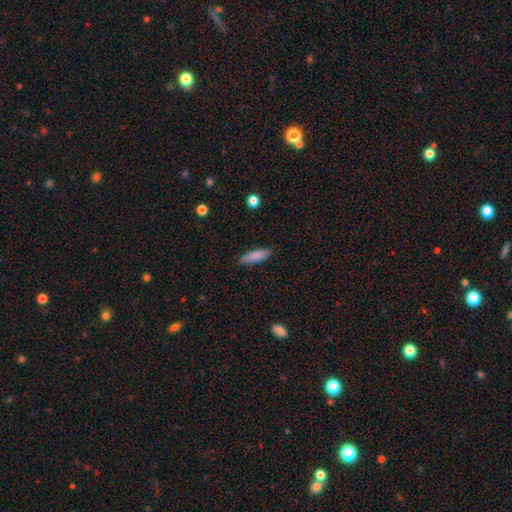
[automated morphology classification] Smooth or featured? Predicted: smooth (p=0.83). How rounded? Predicted: cigar-shaped (p=0.53). Merging? Predicted: none (p=0.85).